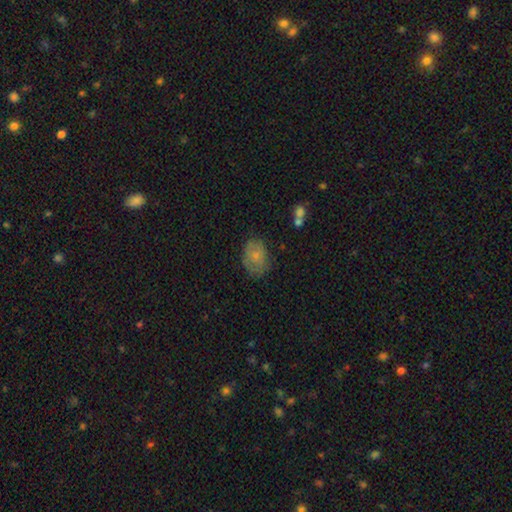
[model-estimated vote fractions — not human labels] Smooth or featured: smooth — 68% (featured or disk — 23%)
How rounded: in between — 78% (round — 21%)
Merging: none — 65% (minor disturbance — 25%)